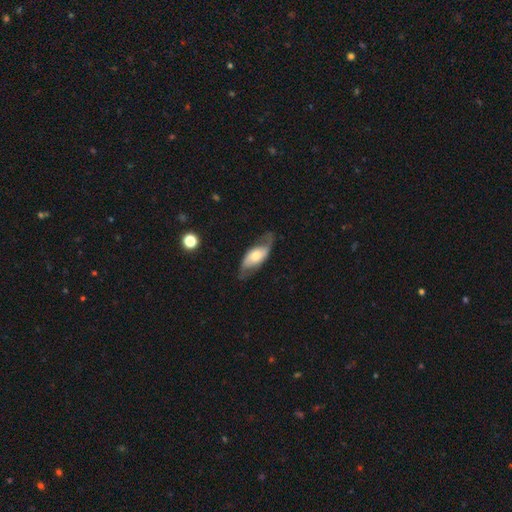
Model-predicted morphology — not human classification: Smooth or featured? Predicted: featured or disk (p=0.62). Edge-on disk? Predicted: no (p=0.84). Bar? Predicted: no (p=0.61). Spiral arms? Predicted: yes (p=0.82). Bulge size? Predicted: moderate (p=0.59). Merging? Predicted: none (p=0.63).